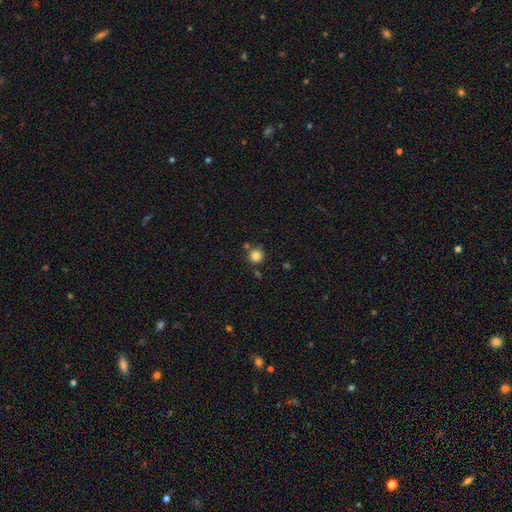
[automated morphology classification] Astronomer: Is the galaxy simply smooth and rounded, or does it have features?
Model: smooth — 83%.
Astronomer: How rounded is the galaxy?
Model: round — 93%.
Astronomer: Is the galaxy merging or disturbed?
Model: none — 76%.